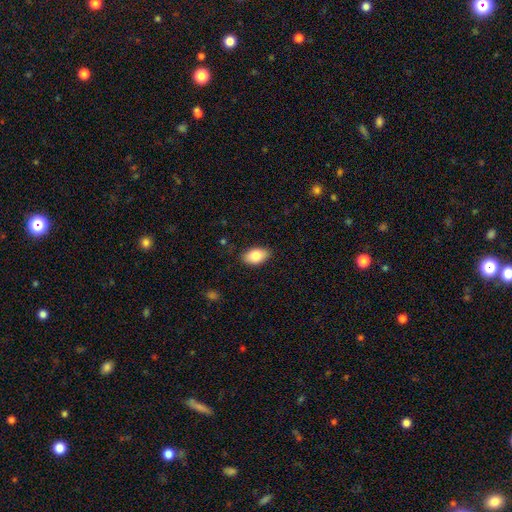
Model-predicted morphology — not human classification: Smooth or featured? Predicted: smooth (p=0.83). How rounded? Predicted: in between (p=0.93). Merging? Predicted: none (p=0.86).